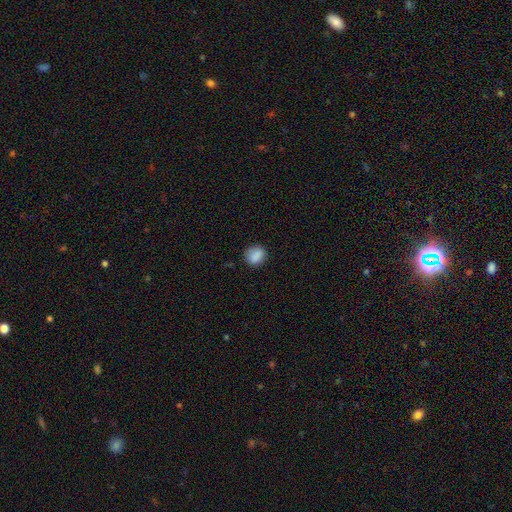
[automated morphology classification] Smooth or featured? Predicted: smooth (p=0.86). How rounded? Predicted: round (p=0.68). Merging? Predicted: none (p=0.82).